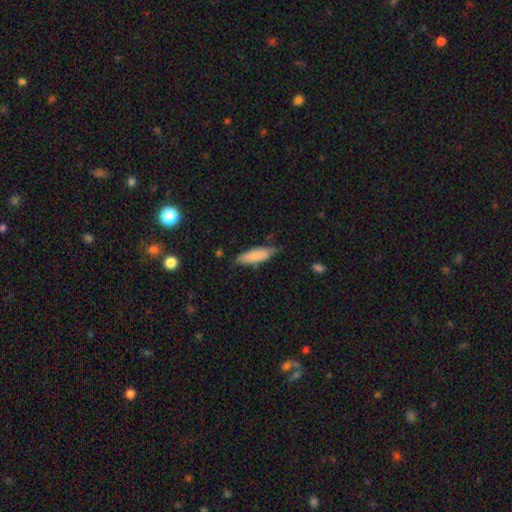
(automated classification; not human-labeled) Smooth or featured? smooth (80%)
How rounded? cigar-shaped (54%)
Merging? none (68%)